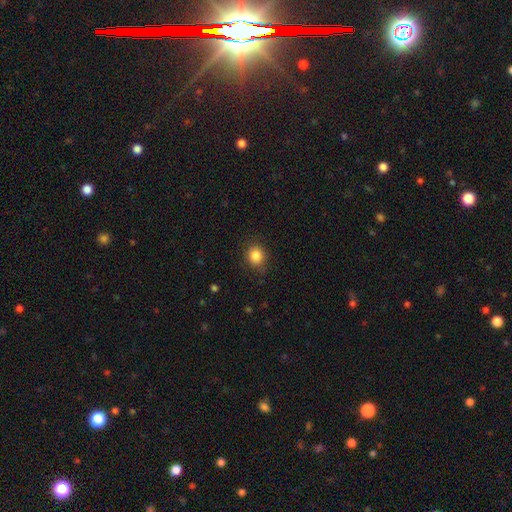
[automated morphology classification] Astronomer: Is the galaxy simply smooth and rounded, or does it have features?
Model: smooth — 85%.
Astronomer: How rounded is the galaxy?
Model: round — 77%.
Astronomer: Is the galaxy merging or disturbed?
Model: none — 85%.